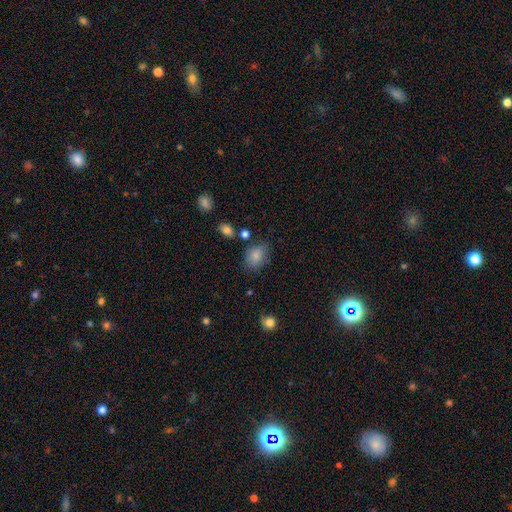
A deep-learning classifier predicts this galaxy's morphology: smooth_or_featured: smooth (p=0.83) [alt: star or artifact p=0.09]
how_rounded: in between (p=0.64) [alt: round p=0.35]
merging: none (p=0.71) [alt: minor disturbance p=0.20]